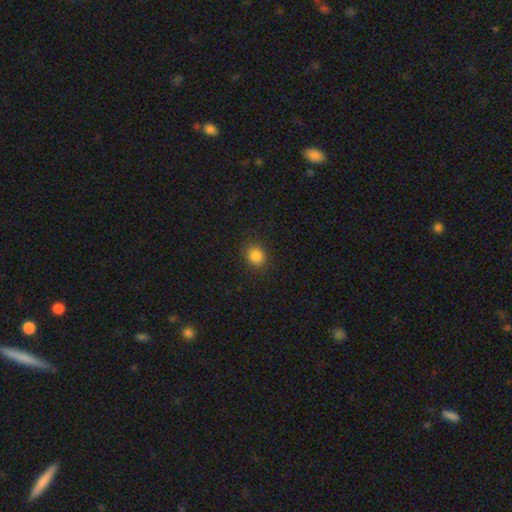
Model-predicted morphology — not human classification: Smooth or featured: smooth — 85% (star or artifact — 11%)
How rounded: round — 69% (in between — 30%)
Merging: none — 87% (minor disturbance — 9%)